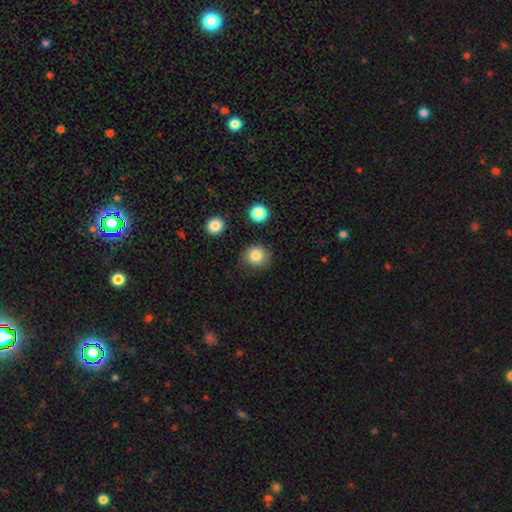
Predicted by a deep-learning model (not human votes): Smooth or featured? Predicted: smooth (p=0.83). How rounded? Predicted: round (p=0.84). Merging? Predicted: none (p=0.77).